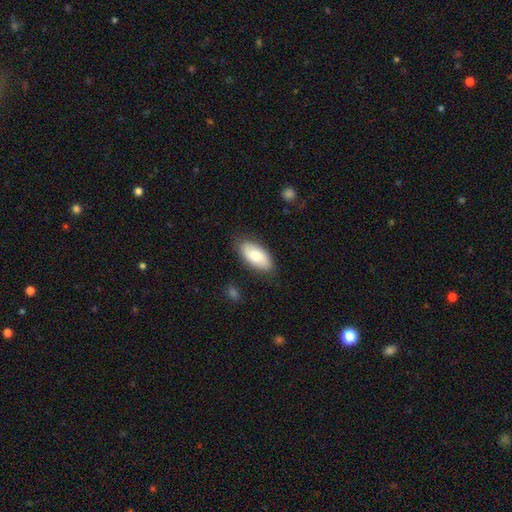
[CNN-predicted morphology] type=smooth (72%); roundness=in between (93%); merging=none (82%).